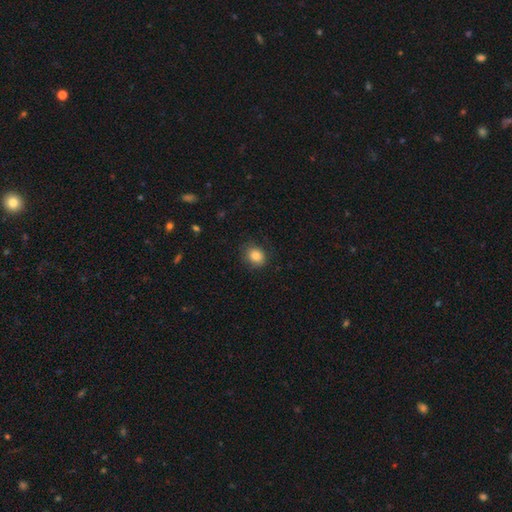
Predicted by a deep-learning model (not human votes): Smooth or featured? Predicted: smooth (p=0.85). How rounded? Predicted: round (p=0.56). Merging? Predicted: none (p=0.81).